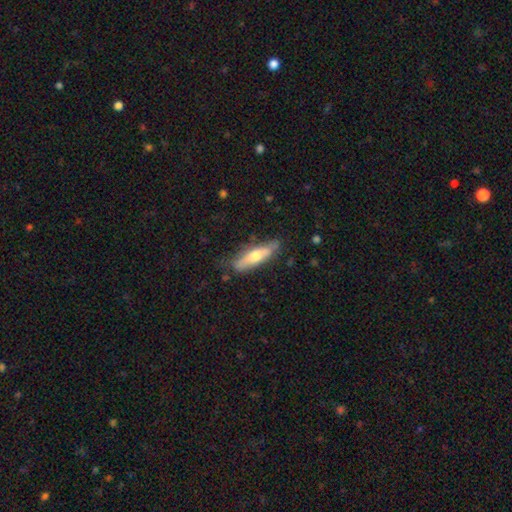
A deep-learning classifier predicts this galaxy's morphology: Smooth or featured: smooth — 53% (featured or disk — 41%)
How rounded: cigar-shaped — 67% (in between — 31%)
Merging: none — 74% (minor disturbance — 19%)